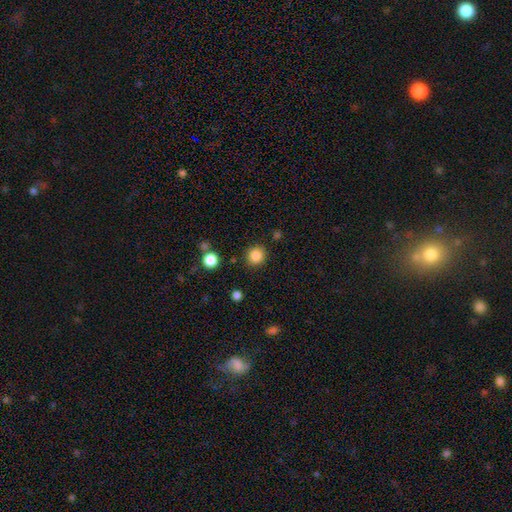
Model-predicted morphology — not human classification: Smooth or featured? smooth (85%)
How rounded? round (90%)
Merging? none (88%)